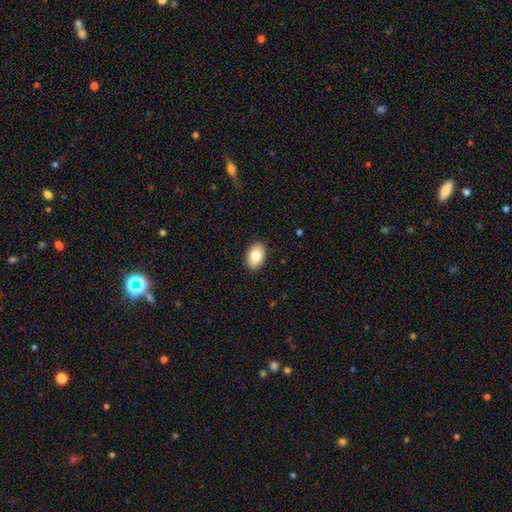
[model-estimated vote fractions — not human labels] This is clearly a smooth galaxy (81%). How rounded: clearly in between (88%). Merging: clearly none (90%).